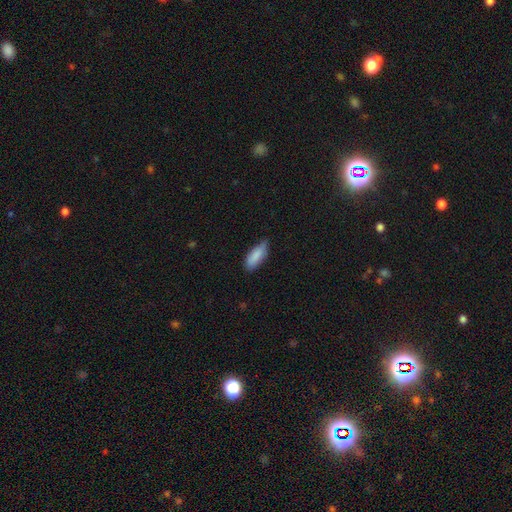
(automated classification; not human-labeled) This appears to be a smooth galaxy with no disk features (87%) that is in between round and cigar-shaped (76%). Merging: none (67%).